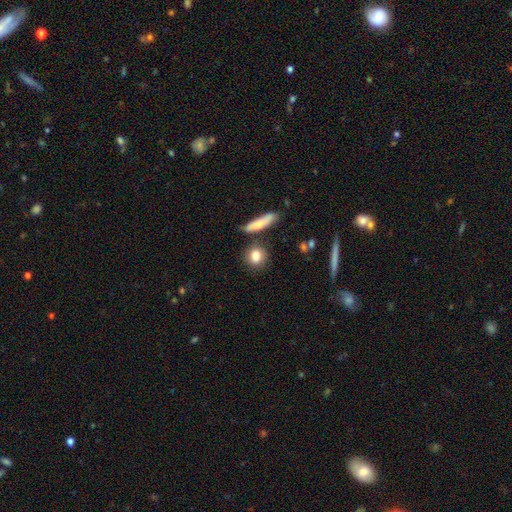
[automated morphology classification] Overall: smooth (82%). How rounded: round (66%; in between 27%). Merging: none (77%).